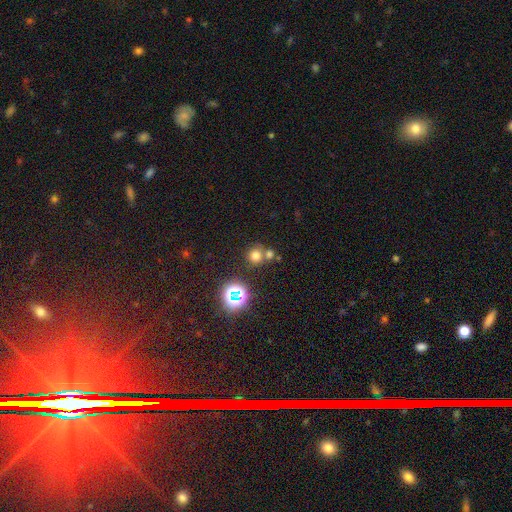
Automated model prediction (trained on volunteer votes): This appears to be a smooth galaxy with no disk features (68%) that is round (89%). Merging: none (63%).